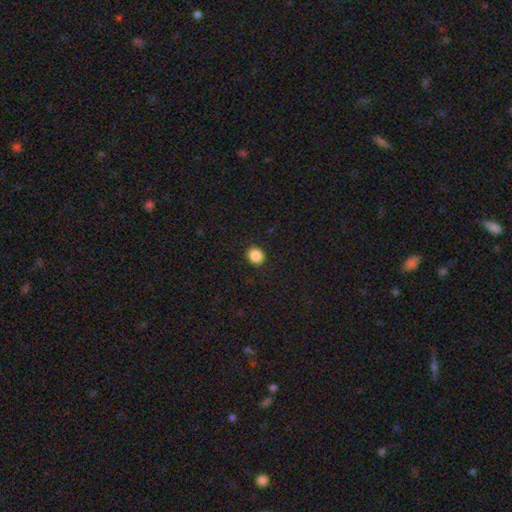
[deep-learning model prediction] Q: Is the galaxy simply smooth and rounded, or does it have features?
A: smooth — 88%.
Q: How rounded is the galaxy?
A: round — 69%.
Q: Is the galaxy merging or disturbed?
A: none — 91%.